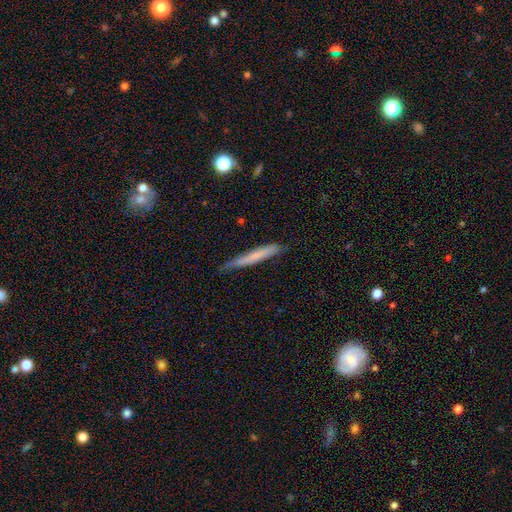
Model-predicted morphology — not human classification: A smooth galaxy with no disk features (62%) that is cigar-shaped (95%).

Vote fractions:
- Smooth or featured? smooth: 62% / featured or disk: 32% / star or artifact: 6%
- How rounded? cigar-shaped: 95% / in between: 3% / round: 1%
- Merging? none: 74% / minor disturbance: 21% / major disturbance: 3% / merger: 2%